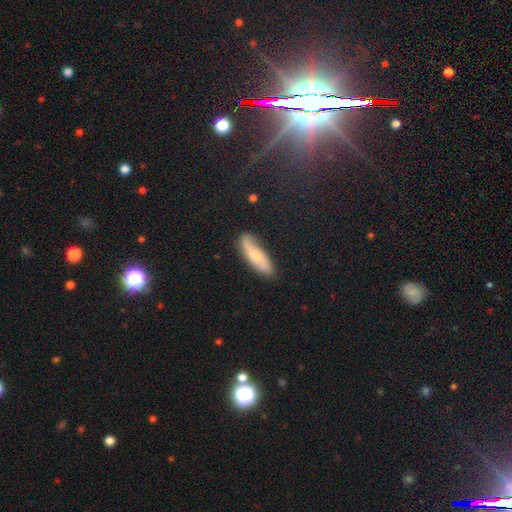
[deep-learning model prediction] Smooth or featured: smooth — 56% (featured or disk — 37%)
How rounded: cigar-shaped — 60% (in between — 37%)
Merging: none — 80% (minor disturbance — 15%)